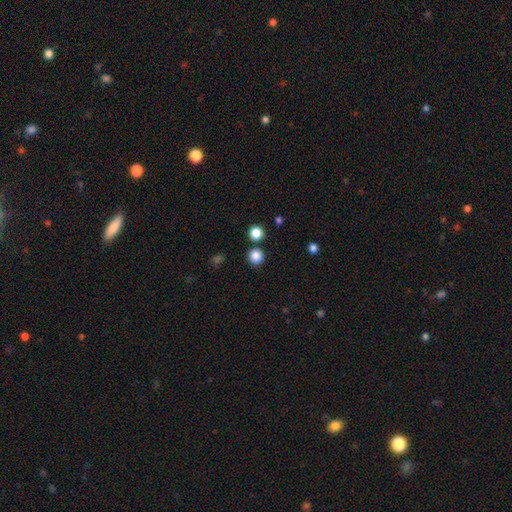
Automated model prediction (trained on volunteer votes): This appears to be a smooth galaxy with no disk features (85%) that is round (92%). Merging: none (84%).